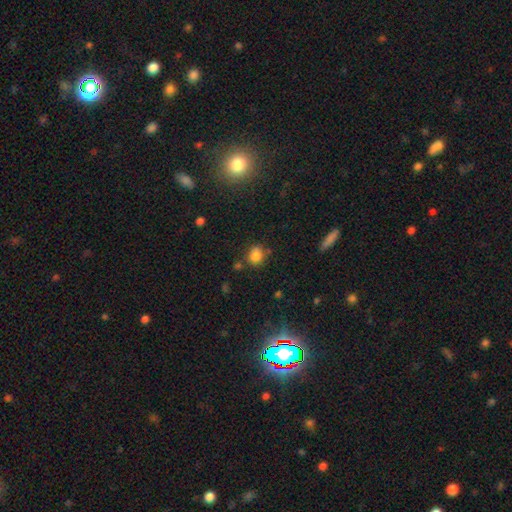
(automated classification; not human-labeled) Q: Smooth or featured?
A: smooth (80%); runner-up: star or artifact (13%)
Q: How rounded?
A: round (59%); runner-up: in between (40%)
Q: Merging?
A: none (66%); runner-up: minor disturbance (18%)